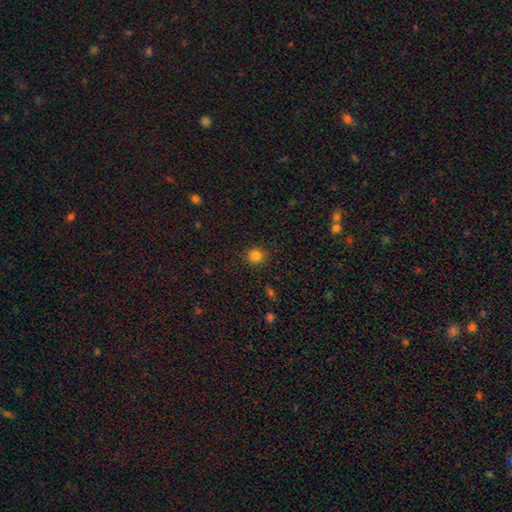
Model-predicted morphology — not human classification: Smooth or featured: smooth — 82% (star or artifact — 13%)
How rounded: round — 87% (in between — 12%)
Merging: none — 90% (minor disturbance — 7%)